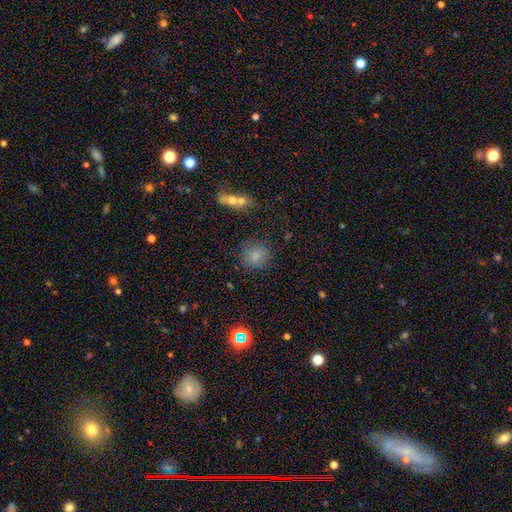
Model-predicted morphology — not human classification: smooth 79%, star or artifact 12%, featured or disk 9%. Down the decision tree: how rounded — round (86%); merging — none (81%).